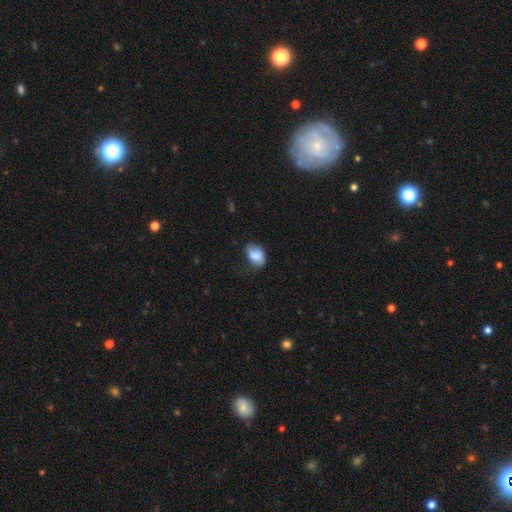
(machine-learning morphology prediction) Overall: smooth (78%). How rounded: in between (80%). Merging: none (50%; minor disturbance 35%).